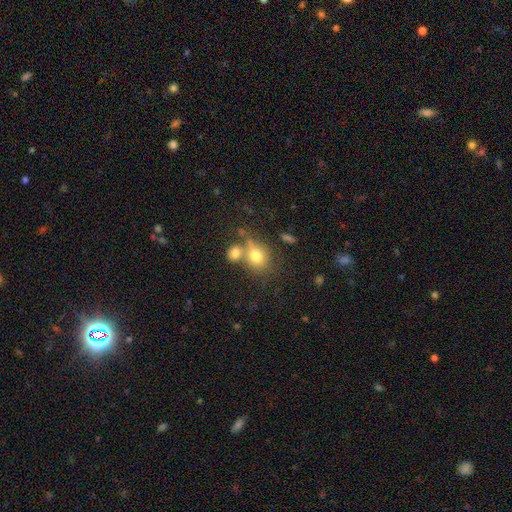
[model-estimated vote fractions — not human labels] A smooth galaxy with no disk features (74%) that is round (55%). Merging: none (45%).